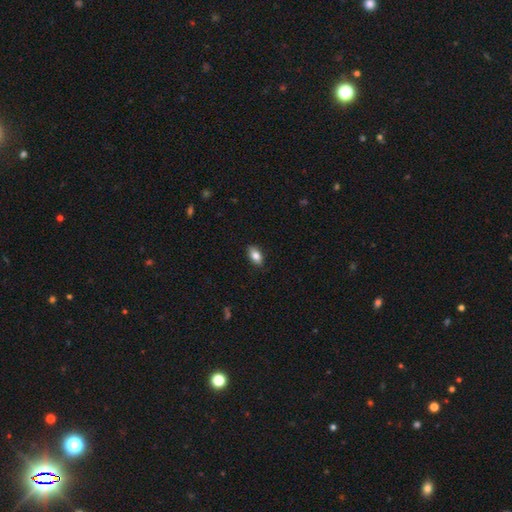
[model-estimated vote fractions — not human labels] smooth 83%, featured or disk 9%, star or artifact 7%. Down the decision tree: how rounded — in between (90%); merging — none (86%).